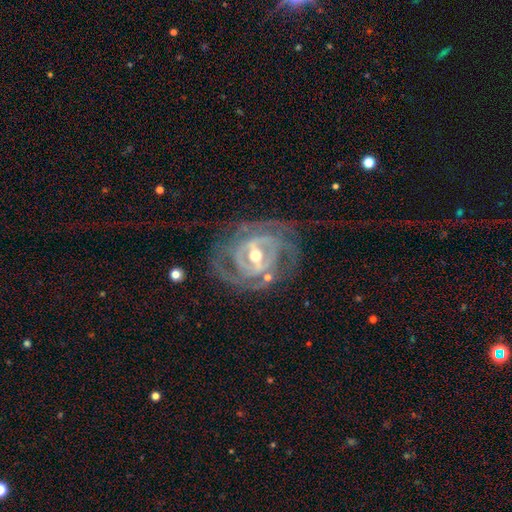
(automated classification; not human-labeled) smooth-or-featured: featured or disk: 90% | smooth: 5% | star or artifact: 5%
  disk-edge-on: no: 96% | yes: 4%
    bar: strong: 57% | weak: 32% | no: 11%
    has-spiral-arms: yes: 89% | no: 11%
      spiral-winding: tight: 61% | medium: 30% | loose: 9%
      spiral-arm-count: 2: 34% | can't tell: 27% | 3: 21% | 4: 9% | 1: 5% | more than 4: 5%
    bulge-size: moderate: 69% | small: 24% | large: 5% | dominant: 1% | none: 1%
  merging: none: 70% | minor disturbance: 17% | major disturbance: 11% | merger: 2%